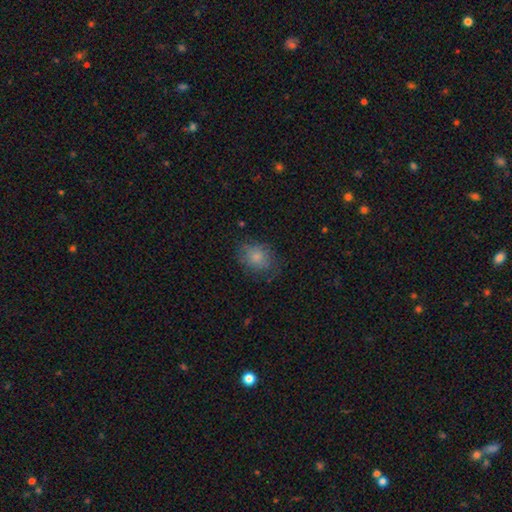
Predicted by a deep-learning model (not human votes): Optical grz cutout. It shows a smooth galaxy with no disk features (75%) that is in between round and cigar-shaped (51%). Merging: none (75%).